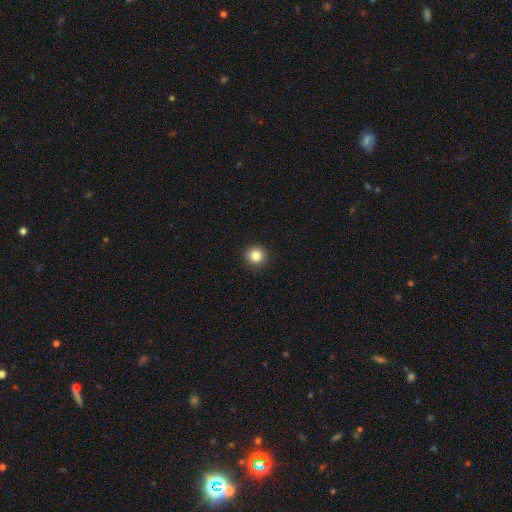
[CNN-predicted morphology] A smooth galaxy with no disk features (86%) that is round (95%).

Vote fractions:
- Smooth or featured? smooth: 86% / star or artifact: 11% / featured or disk: 4%
- How rounded? round: 95% / in between: 5% / cigar-shaped: 1%
- Merging? none: 92% / minor disturbance: 5% / major disturbance: 2% / merger: 1%